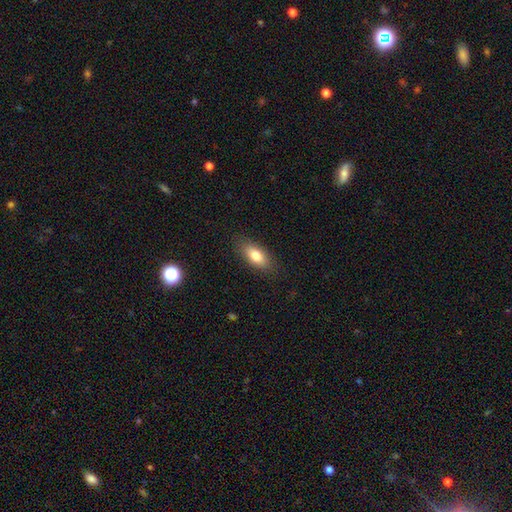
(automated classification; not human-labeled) A smooth galaxy with no disk features (79%) that is in between round and cigar-shaped (83%).

Vote fractions:
- Smooth or featured? smooth: 79% / featured or disk: 14% / star or artifact: 8%
- How rounded? in between: 83% / cigar-shaped: 13% / round: 4%
- Merging? none: 85% / minor disturbance: 11% / major disturbance: 3% / merger: 1%